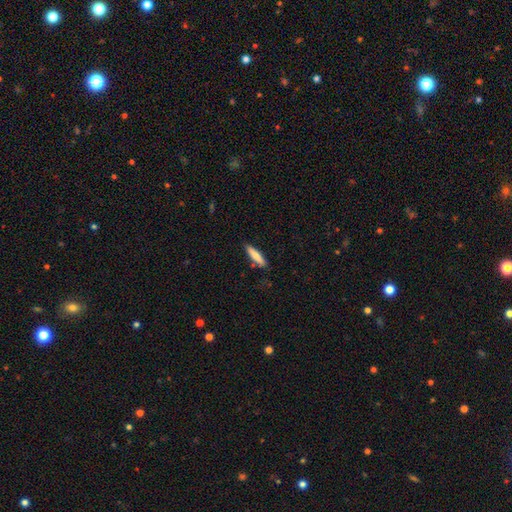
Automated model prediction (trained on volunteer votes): Overall: smooth (76%). How rounded: cigar-shaped (81%). Merging: none (83%).